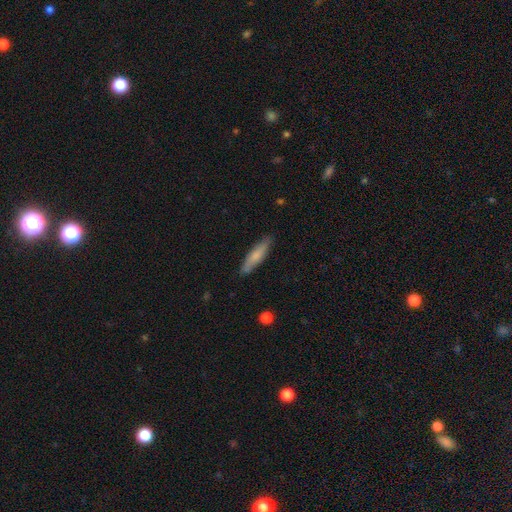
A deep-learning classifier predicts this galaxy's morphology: Smooth or featured? Predicted: smooth (p=0.71). How rounded? Predicted: cigar-shaped (p=0.79). Merging? Predicted: none (p=0.85).